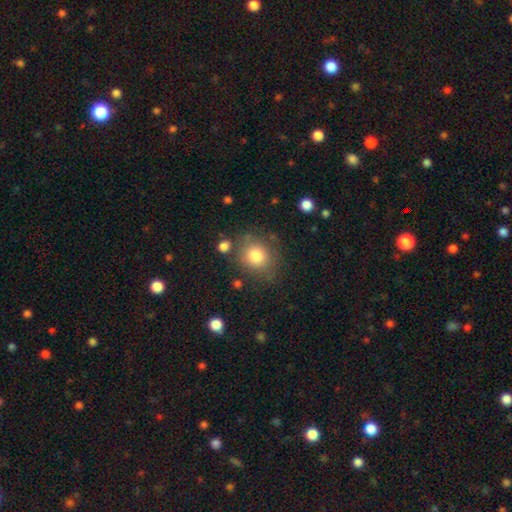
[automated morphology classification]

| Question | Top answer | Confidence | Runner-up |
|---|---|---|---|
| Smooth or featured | smooth | 80% | featured or disk (10%) |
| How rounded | round | 74% | in between (25%) |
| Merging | none | 75% | minor disturbance (14%) |